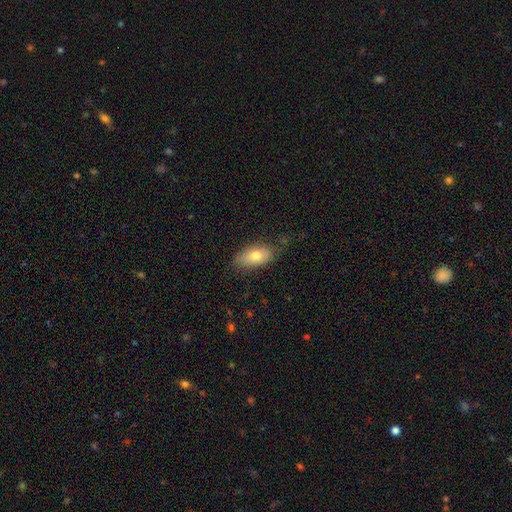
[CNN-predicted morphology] Smooth or featured? Predicted: smooth (p=0.74). How rounded? Predicted: in between (p=0.88). Merging? Predicted: none (p=0.70).